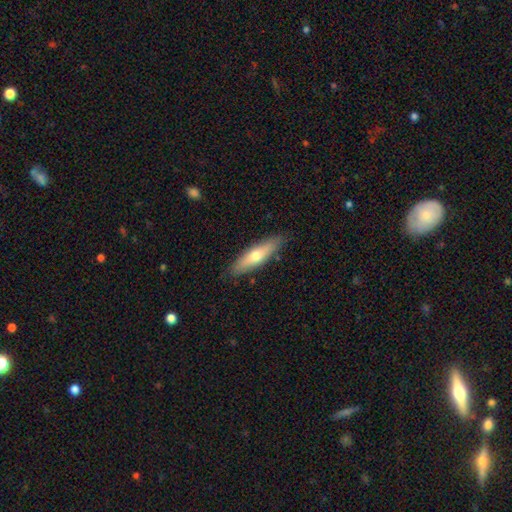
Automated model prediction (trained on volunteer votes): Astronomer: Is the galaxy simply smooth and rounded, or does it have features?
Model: smooth — 57% (runner-up: featured or disk, 37%).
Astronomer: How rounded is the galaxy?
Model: cigar-shaped — 70%.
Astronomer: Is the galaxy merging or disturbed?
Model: none — 86%.